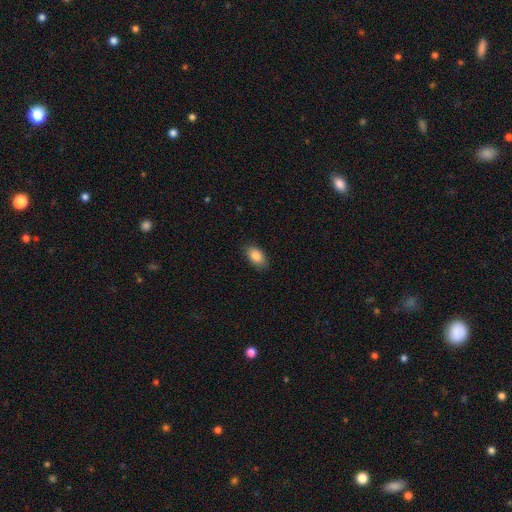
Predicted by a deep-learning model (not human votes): This appears to be a smooth galaxy with no disk features (88%) that is in between round and cigar-shaped (92%). Merging: none (85%).